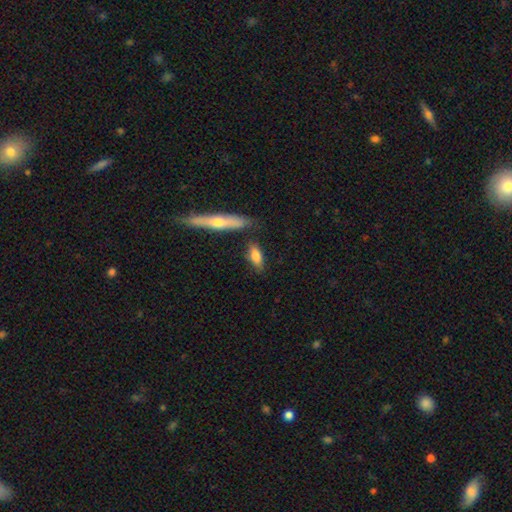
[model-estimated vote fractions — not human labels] Overall: smooth (75%). How rounded: in between (65%; cigar-shaped 31%). Merging: none (71%).